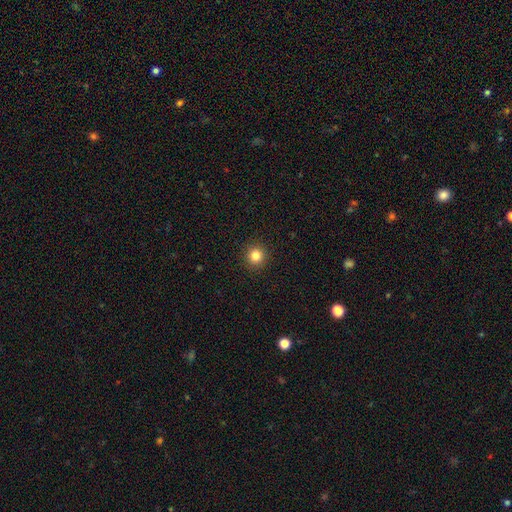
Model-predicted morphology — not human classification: smooth-or-featured: smooth: 83% | star or artifact: 12% | featured or disk: 5%
  how-rounded: round: 94% | in between: 5% | cigar-shaped: 1%
  merging: none: 93% | minor disturbance: 5% | major disturbance: 2% | merger: 1%